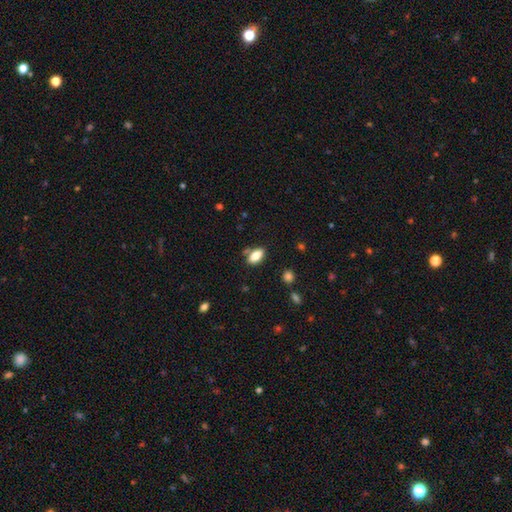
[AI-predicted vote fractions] Q: Smooth or featured?
A: smooth (79%); runner-up: featured or disk (13%)
Q: How rounded?
A: in between (89%); runner-up: cigar-shaped (7%)
Q: Merging?
A: none (72%); runner-up: minor disturbance (15%)